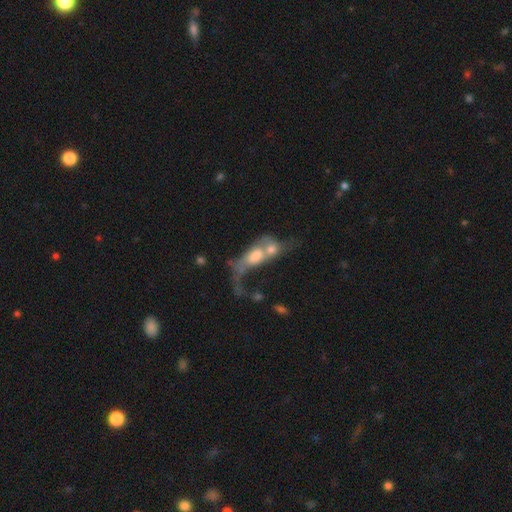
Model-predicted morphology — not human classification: A smooth galaxy with no disk features (45%). Merging: merger (71%).